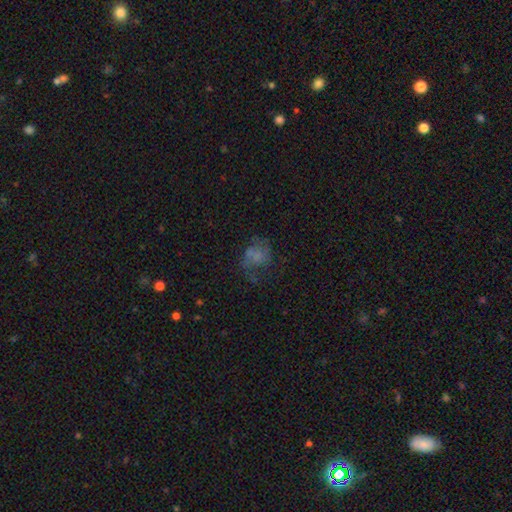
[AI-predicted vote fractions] This appears to be a smooth galaxy with no disk features (50%) that is round (55%). Merging: none (39%).